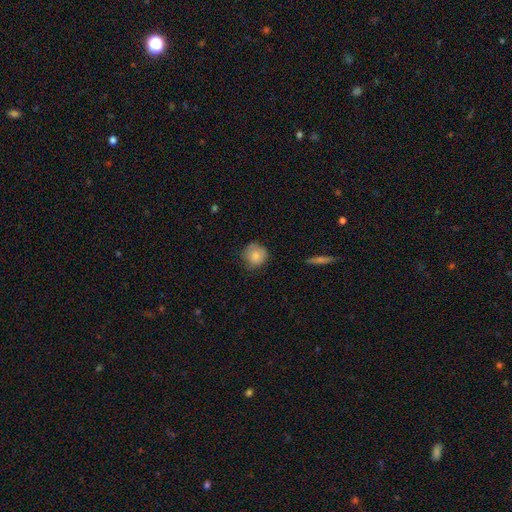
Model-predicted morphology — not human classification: A smooth galaxy with no disk features (83%) that is round (90%).

Vote fractions:
- Smooth or featured? smooth: 83% / featured or disk: 9% / star or artifact: 8%
- How rounded? round: 90% / in between: 9% / cigar-shaped: 1%
- Merging? none: 71% / minor disturbance: 23% / major disturbance: 4% / merger: 1%